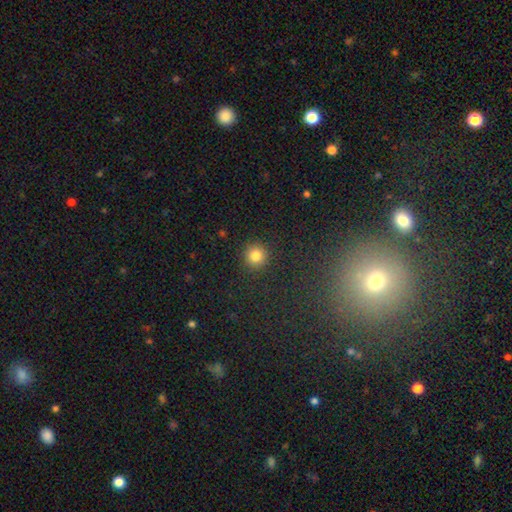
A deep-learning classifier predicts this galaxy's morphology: Smooth or featured: smooth — 83% (star or artifact — 12%)
How rounded: round — 94% (in between — 5%)
Merging: none — 91% (minor disturbance — 5%)